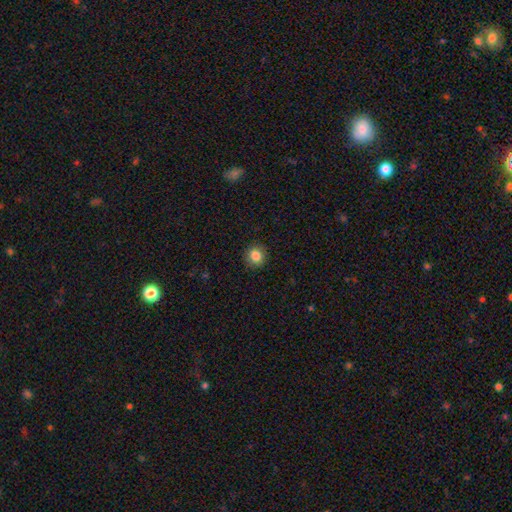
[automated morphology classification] Smooth or featured: smooth — 85% (star or artifact — 10%)
How rounded: round — 88% (in between — 11%)
Merging: none — 91% (minor disturbance — 6%)